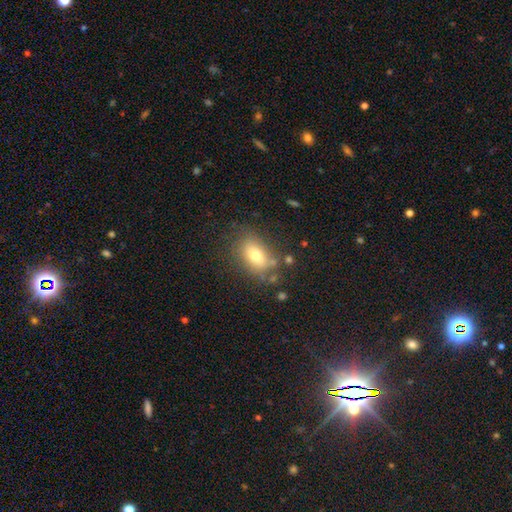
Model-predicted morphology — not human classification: This is likely a smooth galaxy (73%). How rounded: clearly in between (82%). Merging: likely none (72%).